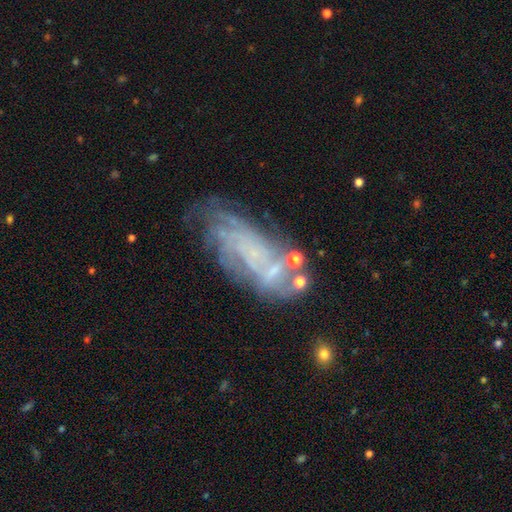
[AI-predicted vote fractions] This appears to be a featured or disk galaxy (68%) with no bar (75%), spiral arms (73%) and no central bulge (55%). Merging: none (55%).